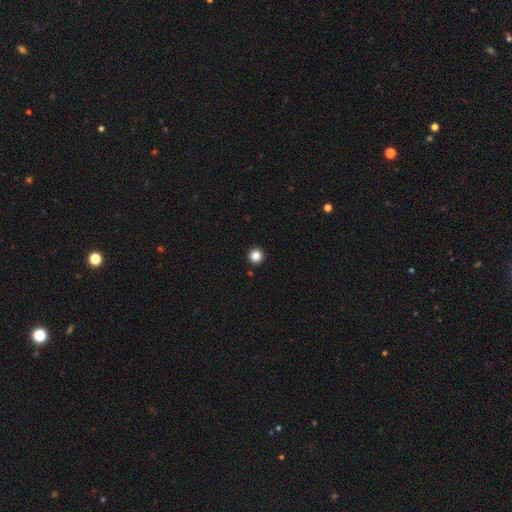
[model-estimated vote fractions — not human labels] smooth 85%, star or artifact 11%, featured or disk 3%. Down the decision tree: how rounded — round (96%); merging — none (94%).